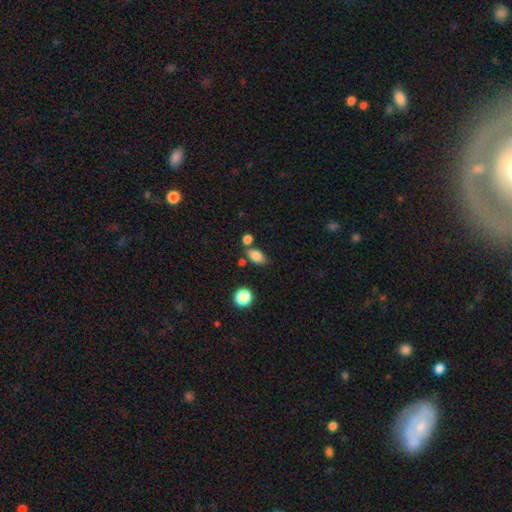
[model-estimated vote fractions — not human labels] Q: Smooth or featured?
A: smooth (82%); runner-up: star or artifact (10%)
Q: How rounded?
A: in between (84%); runner-up: round (11%)
Q: Merging?
A: none (63%); runner-up: merger (16%)